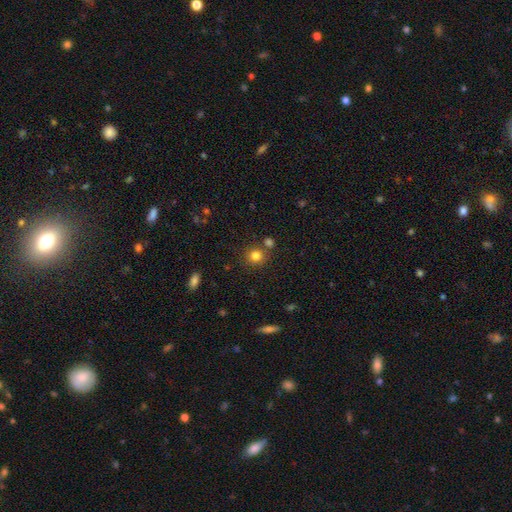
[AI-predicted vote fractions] smooth-or-featured: smooth: 81% | star or artifact: 13% | featured or disk: 6%
  how-rounded: round: 87% | in between: 12% | cigar-shaped: 1%
  merging: none: 76% | merger: 12% | minor disturbance: 9% | major disturbance: 3%